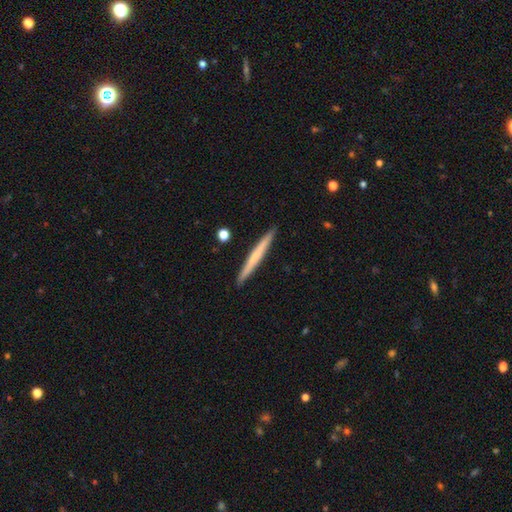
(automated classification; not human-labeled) smooth_or_featured: smooth (p=0.55) [alt: featured or disk p=0.40]
how_rounded: cigar-shaped (p=0.97) [alt: in between p=0.02]
merging: none (p=0.92) [alt: minor disturbance p=0.05]